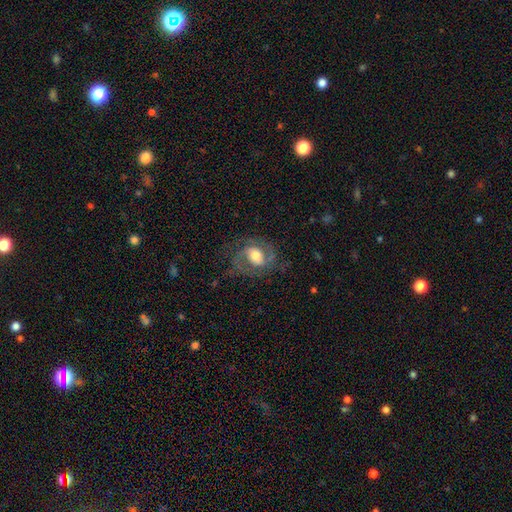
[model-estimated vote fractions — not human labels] Smooth or featured? featured or disk (74%)
Edge-on disk? no (97%)
Bar? no (45%)
Spiral arms? yes (90%)
Spiral winding? medium (52%)
Spiral arm count? 2 (78%)
Bulge size? moderate (63%)
Merging? none (65%)